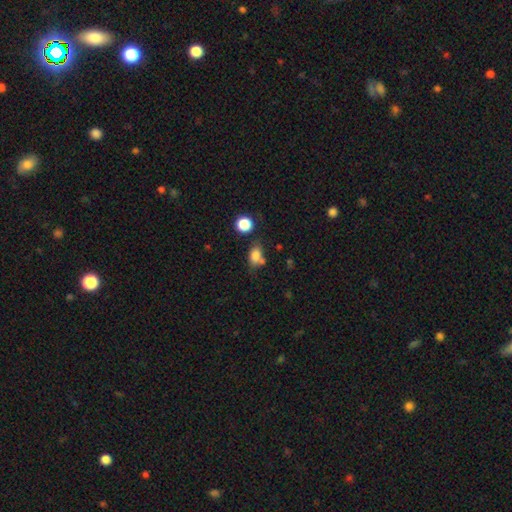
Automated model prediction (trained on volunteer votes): Smooth or featured? Predicted: smooth (p=0.81). How rounded? Predicted: in between (p=0.74). Merging? Predicted: none (p=0.58).